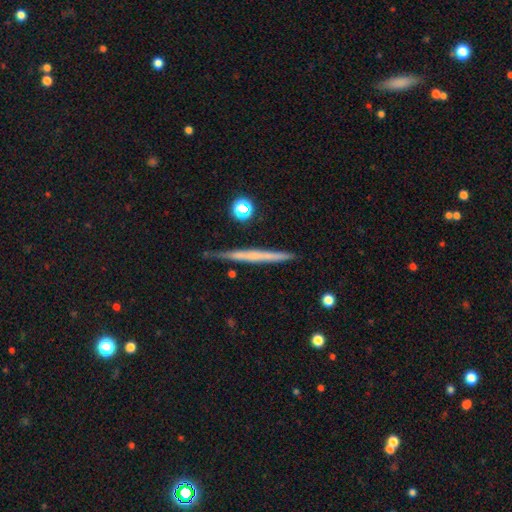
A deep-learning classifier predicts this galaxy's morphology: This appears to be a featured or disk galaxy (50%) viewed edge-on (96%). Merging: none (85%).